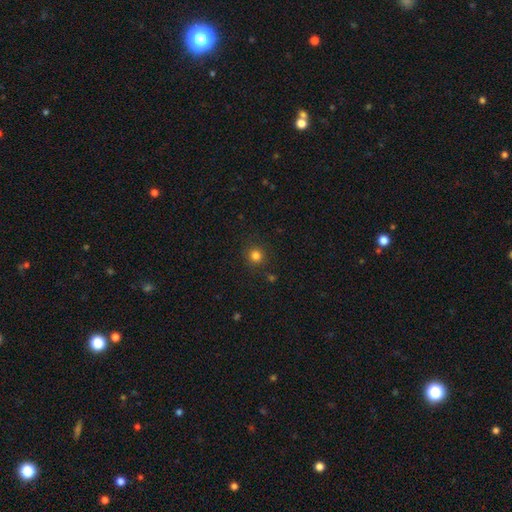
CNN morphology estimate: Smooth or featured: smooth — 81% (star or artifact — 14%)
How rounded: round — 94% (in between — 6%)
Merging: none — 89% (minor disturbance — 6%)